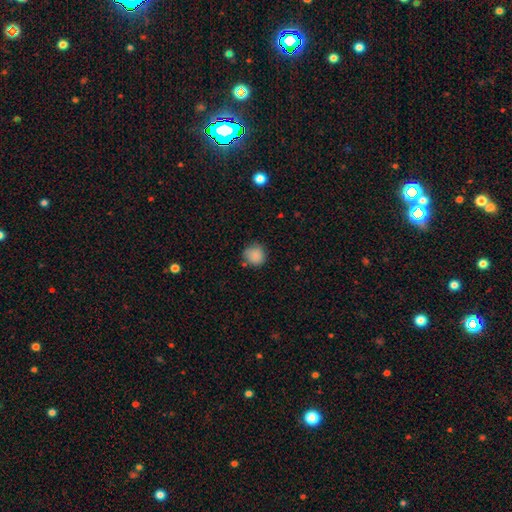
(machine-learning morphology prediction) Smooth or featured? Predicted: smooth (p=0.87). How rounded? Predicted: round (p=0.89). Merging? Predicted: none (p=0.74).